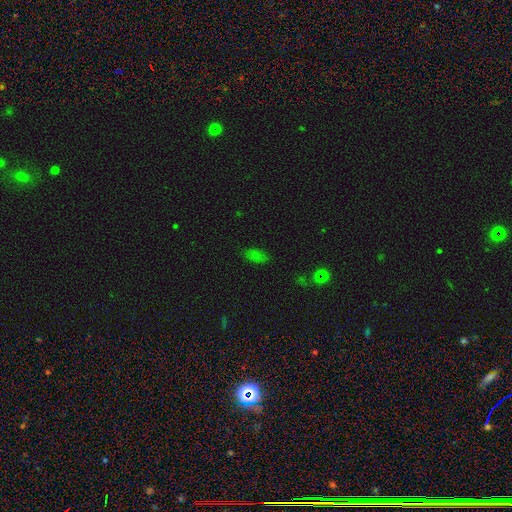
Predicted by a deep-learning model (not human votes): A smooth galaxy with no disk features (72%) that is in between round and cigar-shaped (89%).

Vote fractions:
- Smooth or featured? smooth: 72% / star or artifact: 20% / featured or disk: 8%
- How rounded? in between: 89% / cigar-shaped: 6% / round: 5%
- Merging? none: 80% / minor disturbance: 15% / major disturbance: 4% / merger: 2%